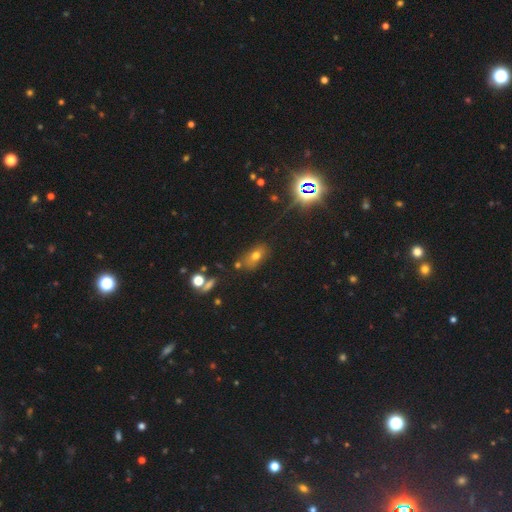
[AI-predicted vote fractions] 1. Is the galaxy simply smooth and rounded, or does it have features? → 66% smooth, 18% star or artifact, 15% featured or disk.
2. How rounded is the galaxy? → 78% in between, 16% round, 6% cigar-shaped.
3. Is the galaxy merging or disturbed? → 69% none, 16% minor disturbance, 8% merger, 6% major disturbance.